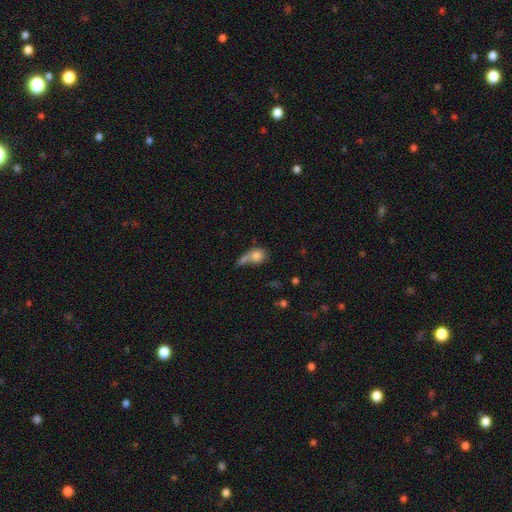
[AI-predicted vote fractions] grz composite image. It shows a smooth galaxy with no disk features (74%) that is round (50%). Merging: merger (39%).